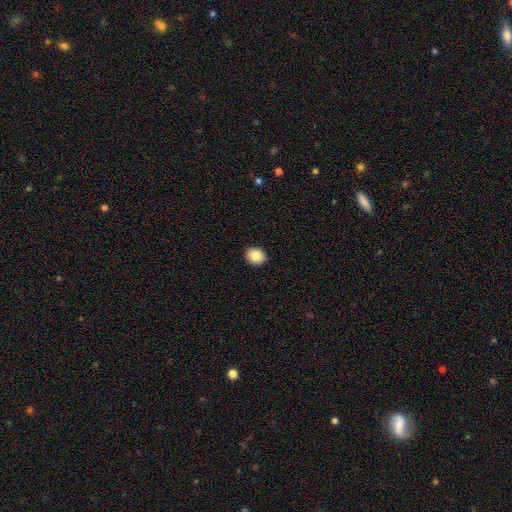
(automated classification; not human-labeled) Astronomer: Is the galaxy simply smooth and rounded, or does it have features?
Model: smooth — 86%.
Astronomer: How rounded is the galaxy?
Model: round — 57% (runner-up: in between, 42%).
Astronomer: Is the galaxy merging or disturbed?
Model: none — 92%.